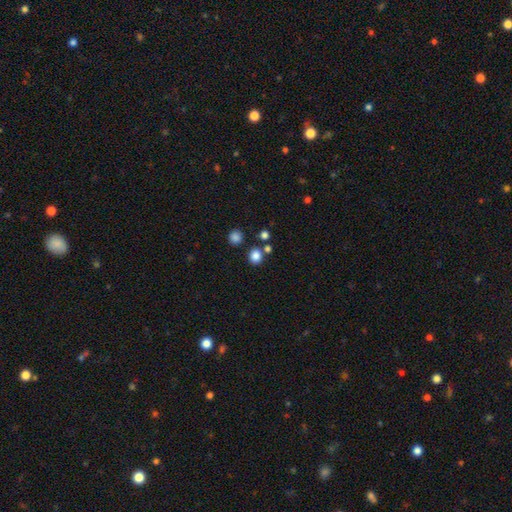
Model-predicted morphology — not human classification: Q: Smooth or featured?
A: smooth (83%); runner-up: star or artifact (13%)
Q: How rounded?
A: round (76%); runner-up: in between (23%)
Q: Merging?
A: none (76%); runner-up: merger (12%)